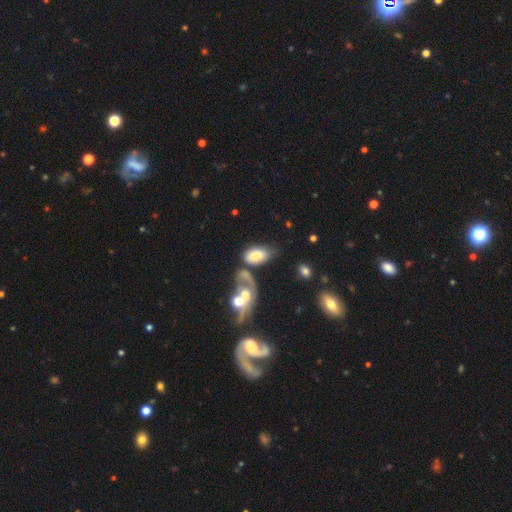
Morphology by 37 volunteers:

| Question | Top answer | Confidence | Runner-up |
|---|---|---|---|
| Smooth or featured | smooth | 68% | featured or disk (27%) |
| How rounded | in between | 96% | round (4%) |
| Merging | minor disturbance | 37% | merger (31%) |